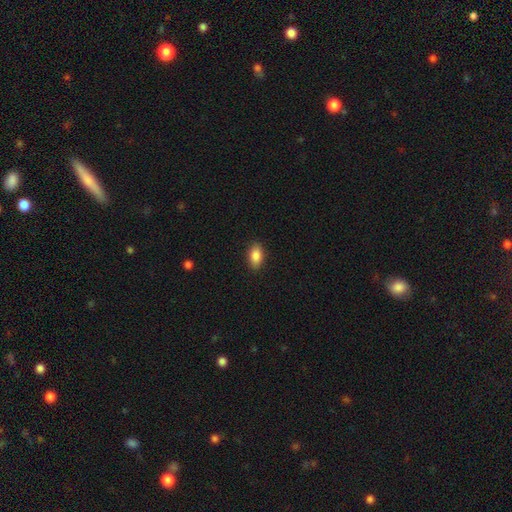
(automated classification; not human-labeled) The model was most divided on "smooth or featured": smooth: 87%, star or artifact: 7%, featured or disk: 5%. More confident: how rounded — in between (90%); merging — none (89%).